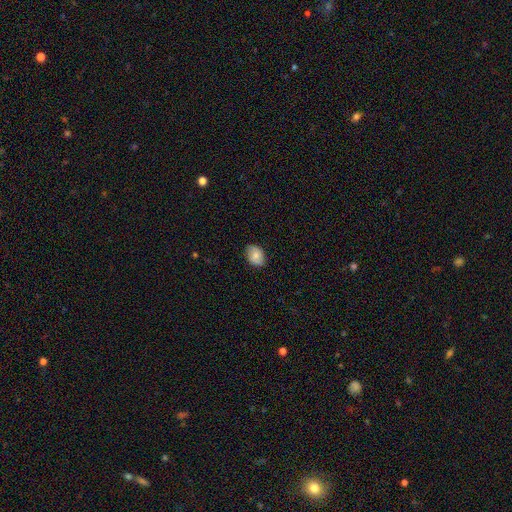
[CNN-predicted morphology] type=smooth (71%); roundness=in between (73%); merging=none (80%).